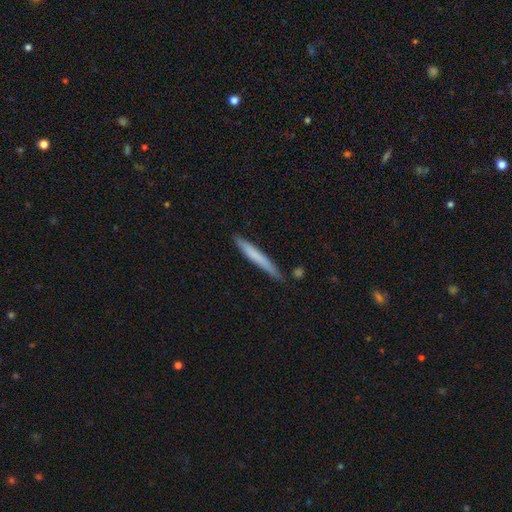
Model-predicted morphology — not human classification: A smooth galaxy with no disk features (65%) that is cigar-shaped (96%). Merging: none (82%).